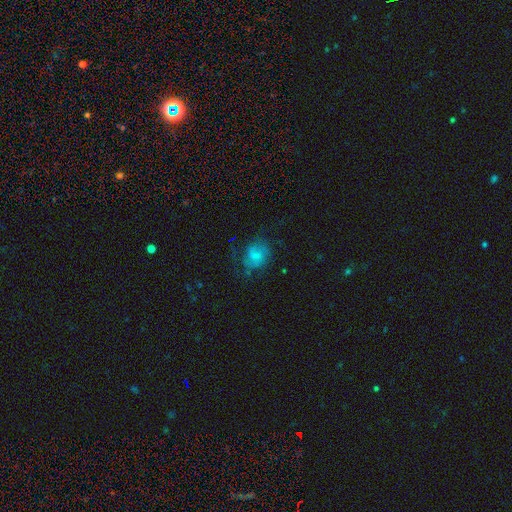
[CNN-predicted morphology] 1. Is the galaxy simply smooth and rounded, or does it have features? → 49% smooth, 40% featured or disk, 12% star or artifact.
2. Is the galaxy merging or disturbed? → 50% none, 24% minor disturbance, 24% major disturbance, 2% merger.